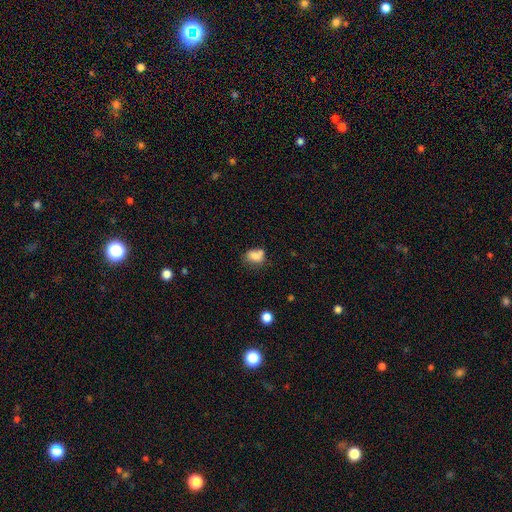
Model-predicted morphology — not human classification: Smooth or featured? smooth (77%)
How rounded? in between (72%)
Merging? none (41%)